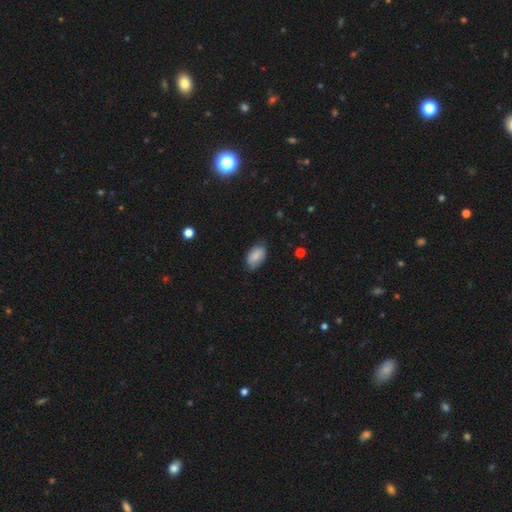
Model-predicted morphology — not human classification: smooth_or_featured: smooth (p=0.81) [alt: featured or disk p=0.12]
how_rounded: in between (p=0.93) [alt: round p=0.05]
merging: none (p=0.72) [alt: minor disturbance p=0.23]